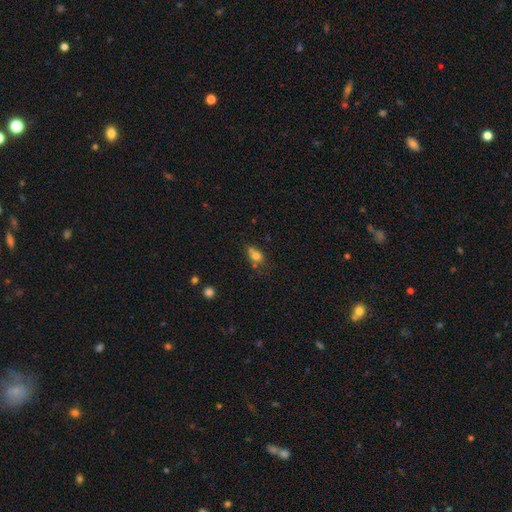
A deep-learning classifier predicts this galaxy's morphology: type=smooth (73%); roundness=in between (49%); merging=none (43%).